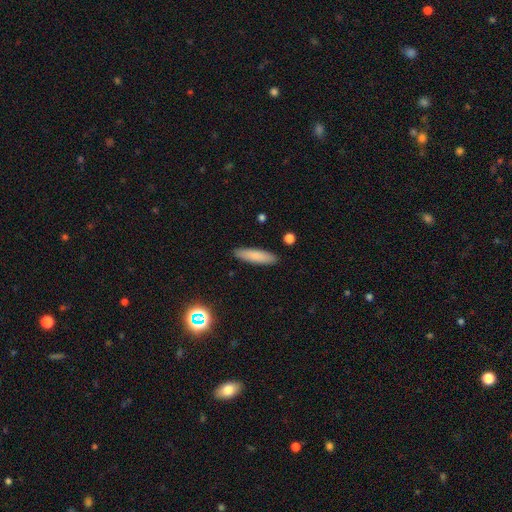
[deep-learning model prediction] Morphology: type=smooth (82%); roundness=cigar-shaped (72%); merging=none (90%).